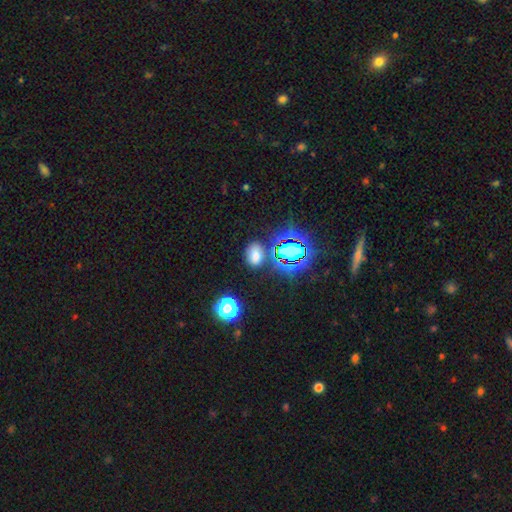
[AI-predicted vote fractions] smooth 62%, star or artifact 30%, featured or disk 8%. Down the decision tree: how rounded — in between (77%); merging — none (75%).